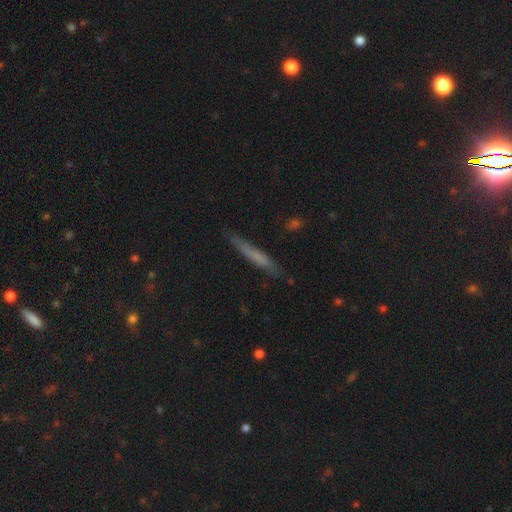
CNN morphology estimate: The model was most divided on "smooth or featured": smooth: 55%, featured or disk: 36%, star or artifact: 9%. More confident: how rounded — cigar-shaped (94%); merging — none (81%).